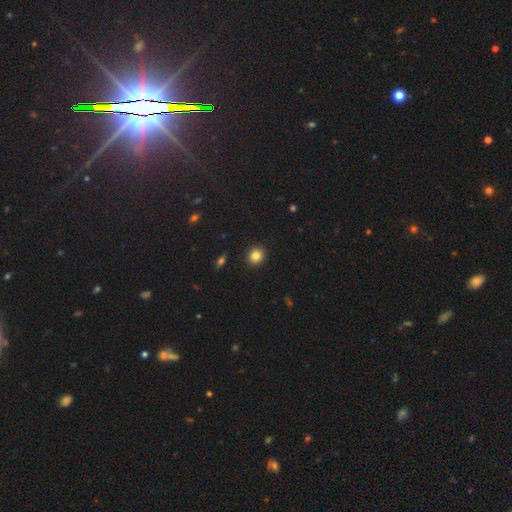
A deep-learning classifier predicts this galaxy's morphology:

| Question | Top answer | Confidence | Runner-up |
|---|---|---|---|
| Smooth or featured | smooth | 85% | star or artifact (10%) |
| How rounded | round | 82% | in between (17%) |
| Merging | none | 91% | minor disturbance (6%) |